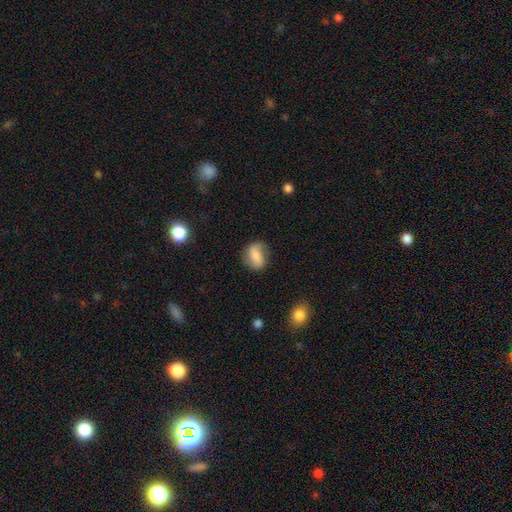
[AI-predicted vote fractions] Smooth or featured? smooth (57%)
How rounded? in between (65%)
Merging? none (67%)